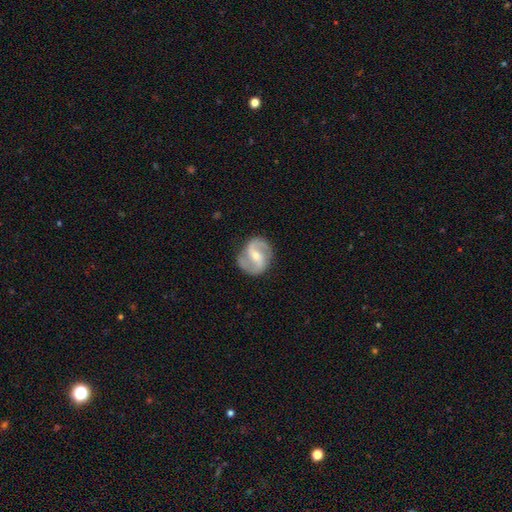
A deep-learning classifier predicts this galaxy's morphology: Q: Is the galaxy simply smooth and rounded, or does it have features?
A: featured or disk — 87%.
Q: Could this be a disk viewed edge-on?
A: no — 98%.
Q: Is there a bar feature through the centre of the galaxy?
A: weak — 43%.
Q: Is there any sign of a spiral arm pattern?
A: yes — 96%.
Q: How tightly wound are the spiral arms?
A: medium — 53%.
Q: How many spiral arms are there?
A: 2 — 92%.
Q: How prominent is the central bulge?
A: small — 49%.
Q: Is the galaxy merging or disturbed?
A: none — 83%.